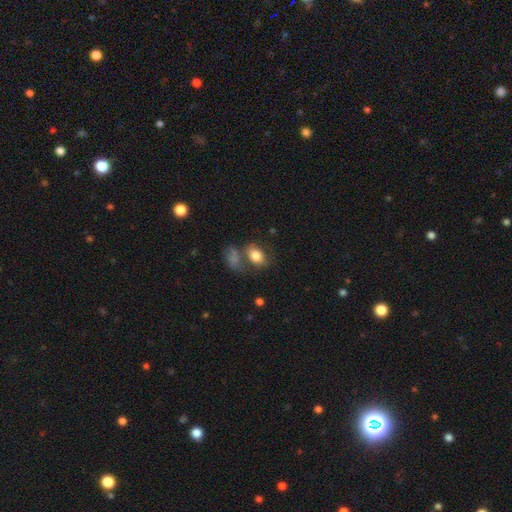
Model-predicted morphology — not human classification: smooth 81%, featured or disk 11%, star or artifact 8%. Down the decision tree: how rounded — in between (82%); merging — none (53%).